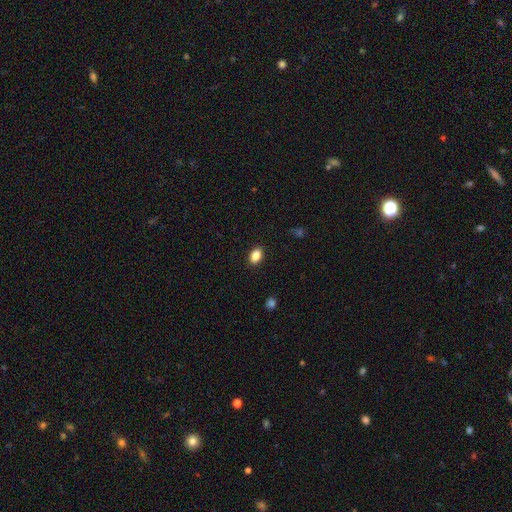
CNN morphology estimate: type=smooth (86%); roundness=in between (81%); merging=none (89%).